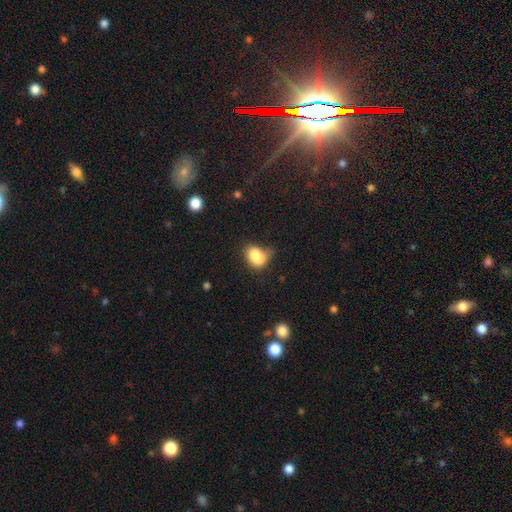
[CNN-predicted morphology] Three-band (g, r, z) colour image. It shows a smooth galaxy with no disk features (83%) that is in between round and cigar-shaped (73%). Merging: none (46%).